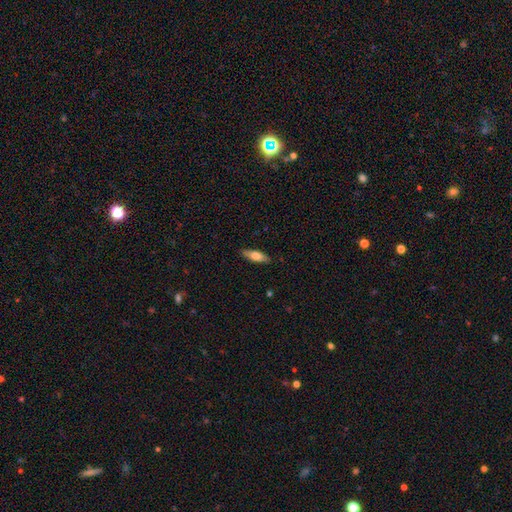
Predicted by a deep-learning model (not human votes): Smooth or featured?
  - smooth: 68% *
  - featured or disk: 26%
  - star or artifact: 6%
How rounded?
  - in between: 56% *
  - cigar-shaped: 41%
  - round: 2%
Merging?
  - none: 86% *
  - minor disturbance: 11%
  - major disturbance: 2%
  - merger: 1%